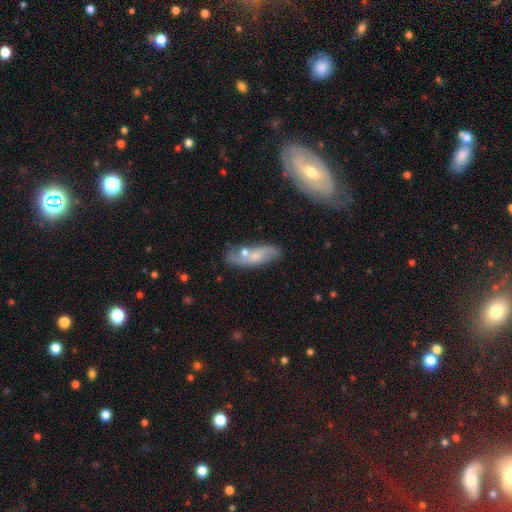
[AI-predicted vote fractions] A featured or disk galaxy (56%).

Vote fractions:
- Smooth or featured? featured or disk: 56% / smooth: 36% / star or artifact: 8%
- Edge-on disk? no: 83% / yes: 17%
- Merging? none: 59% / minor disturbance: 20% / merger: 15% / major disturbance: 7%